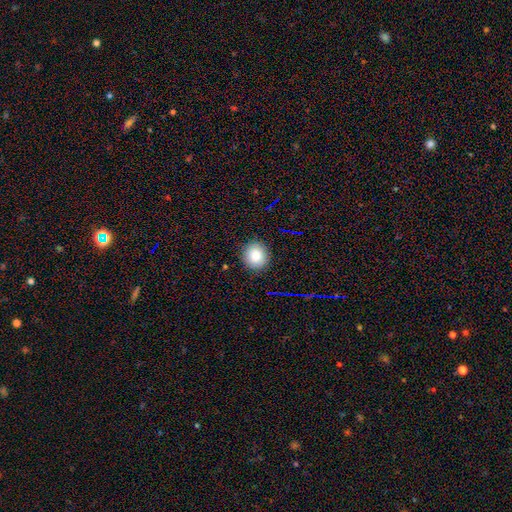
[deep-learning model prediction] Smooth or featured: smooth — 83% (star or artifact — 11%)
How rounded: round — 82% (in between — 17%)
Merging: none — 89% (minor disturbance — 8%)